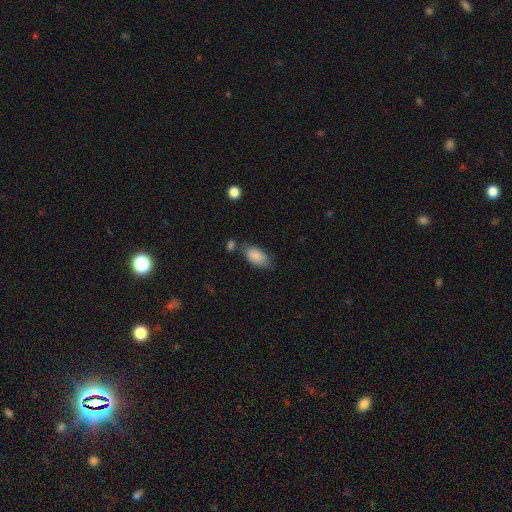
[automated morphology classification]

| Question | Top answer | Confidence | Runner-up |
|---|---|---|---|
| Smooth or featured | smooth | 87% | star or artifact (7%) |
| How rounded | in between | 93% | cigar-shaped (4%) |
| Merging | none | 62% | minor disturbance (20%) |